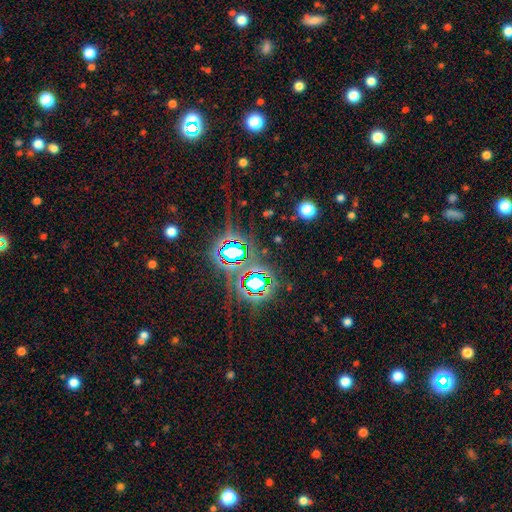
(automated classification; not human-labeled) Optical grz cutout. It shows a star or artifact, not a galaxy (82%).